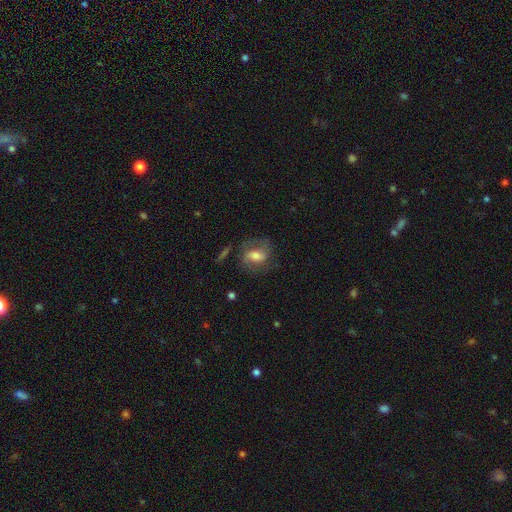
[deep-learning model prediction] Smooth or featured?
  - featured or disk: 60% *
  - smooth: 32%
  - star or artifact: 8%
Edge-on disk?
  - no: 95% *
  - yes: 5%
Bar?
  - weak: 45% *
  - no: 28%
  - strong: 27%
Spiral arms?
  - yes: 84% *
  - no: 16%
Bulge size?
  - moderate: 62% *
  - small: 23%
  - large: 11%
  - none: 2%
  - dominant: 1%
Merging?
  - none: 65% *
  - minor disturbance: 19%
  - major disturbance: 13%
  - merger: 3%